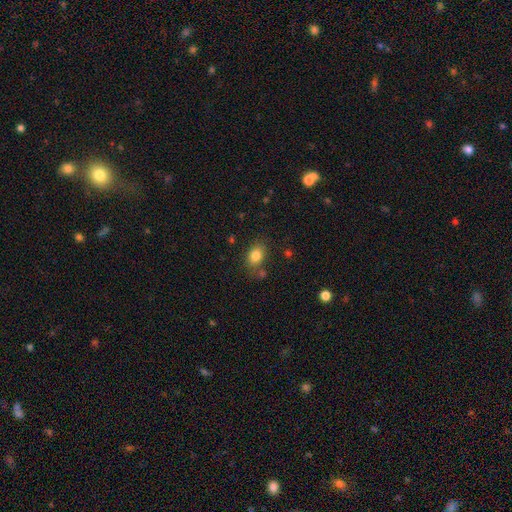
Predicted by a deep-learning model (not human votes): Smooth or featured: smooth — 82% (star or artifact — 10%)
How rounded: in between — 70% (round — 28%)
Merging: none — 73% (minor disturbance — 15%)